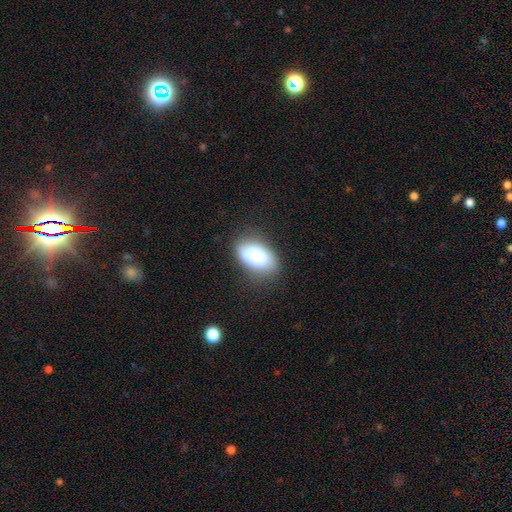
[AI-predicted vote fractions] Morphology: type=smooth (80%); roundness=in between (92%); merging=none (73%).